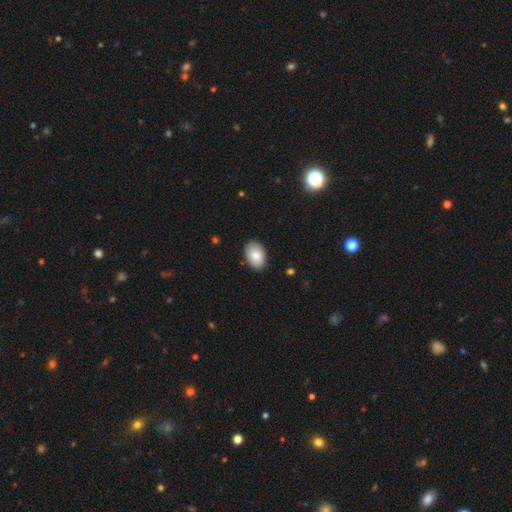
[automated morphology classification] A smooth galaxy with no disk features (83%) that is in between round and cigar-shaped (91%).

Vote fractions:
- Smooth or featured? smooth: 83% / featured or disk: 10% / star or artifact: 6%
- How rounded? in between: 91% / round: 8% / cigar-shaped: 1%
- Merging? none: 86% / minor disturbance: 11% / major disturbance: 2% / merger: 1%